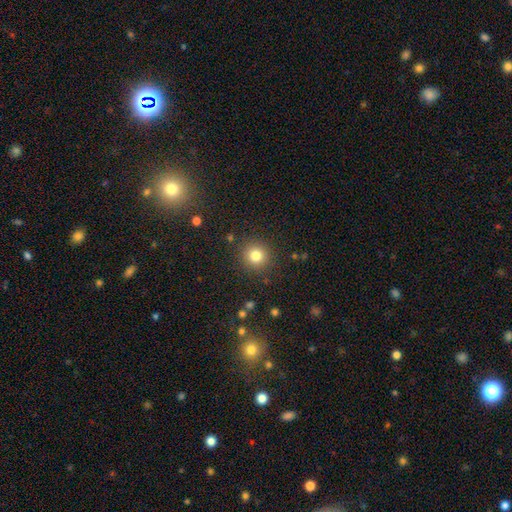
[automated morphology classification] Smooth or featured? Predicted: smooth (p=0.80). How rounded? Predicted: round (p=0.93). Merging? Predicted: none (p=0.89).